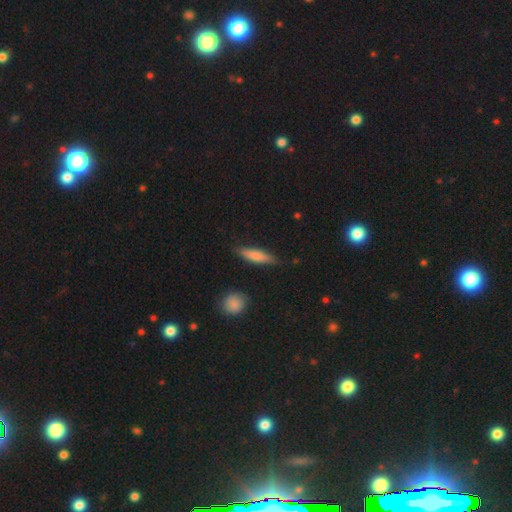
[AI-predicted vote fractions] Smooth or featured? Predicted: smooth (p=0.75). How rounded? Predicted: cigar-shaped (p=0.72). Merging? Predicted: none (p=0.82).